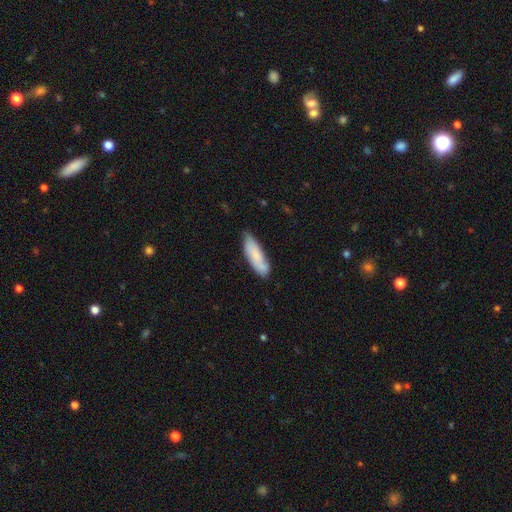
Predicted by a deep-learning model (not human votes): smooth-or-featured: smooth: 76% | featured or disk: 18% | star or artifact: 6%
  how-rounded: cigar-shaped: 52% | in between: 47% | round: 2%
  merging: none: 70% | minor disturbance: 22% | major disturbance: 4% | merger: 4%